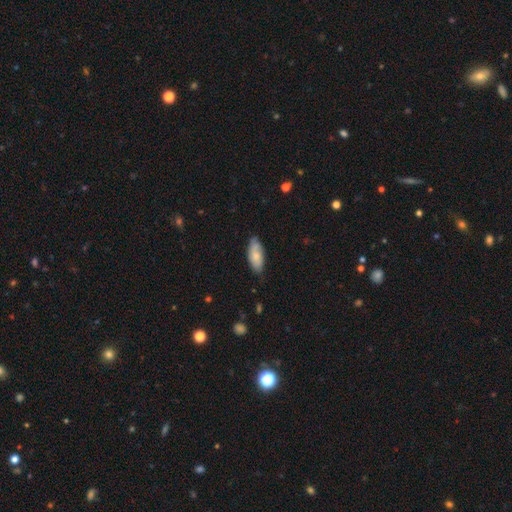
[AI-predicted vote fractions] A smooth galaxy with no disk features (72%) that is in between round and cigar-shaped (84%). Merging: none (74%).